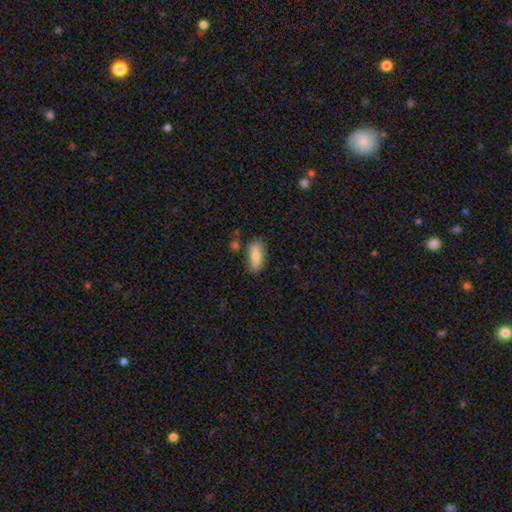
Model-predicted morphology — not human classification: Smooth or featured?
  - smooth: 79% *
  - featured or disk: 14%
  - star or artifact: 7%
How rounded?
  - in between: 81% *
  - cigar-shaped: 16%
  - round: 3%
Merging?
  - none: 71% *
  - minor disturbance: 19%
  - merger: 6%
  - major disturbance: 4%